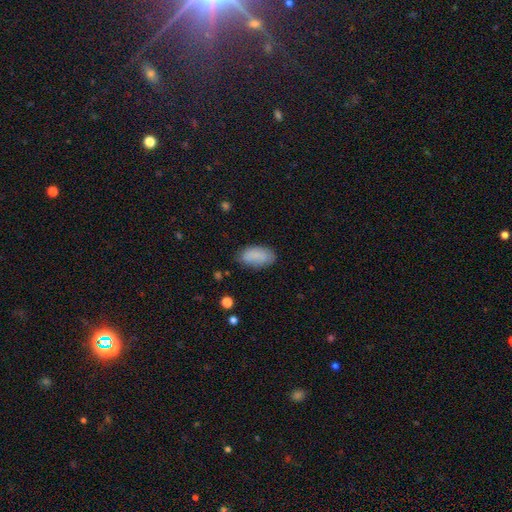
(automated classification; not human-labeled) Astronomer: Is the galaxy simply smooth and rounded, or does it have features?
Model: smooth — 84%.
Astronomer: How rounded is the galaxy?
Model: in between — 94%.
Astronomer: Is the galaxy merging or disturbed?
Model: none — 71%.